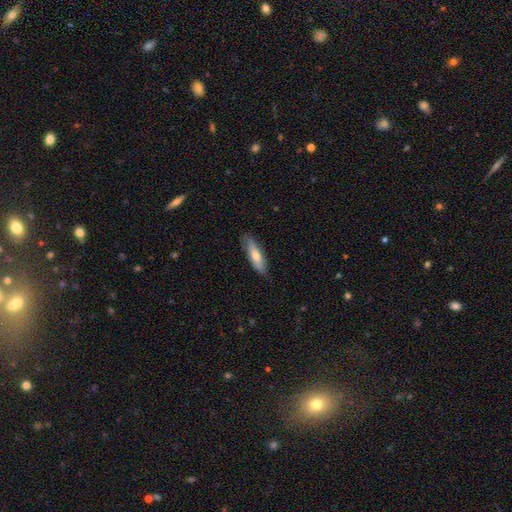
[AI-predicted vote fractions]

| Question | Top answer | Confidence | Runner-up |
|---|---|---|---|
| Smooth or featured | smooth | 59% | featured or disk (34%) |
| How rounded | cigar-shaped | 71% | in between (27%) |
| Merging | none | 83% | minor disturbance (13%) |